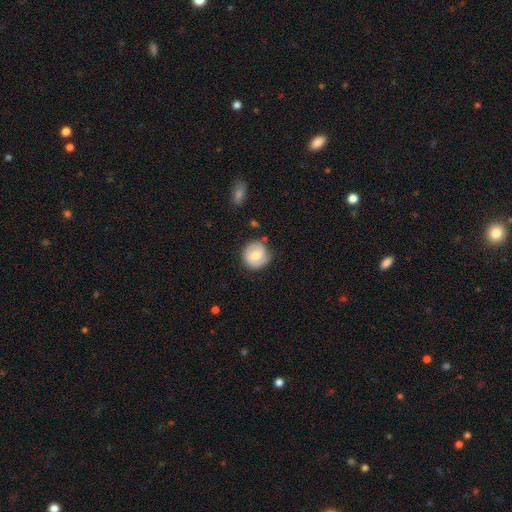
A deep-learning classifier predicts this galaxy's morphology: type=smooth (55%); roundness=round (91%); merging=none (77%).